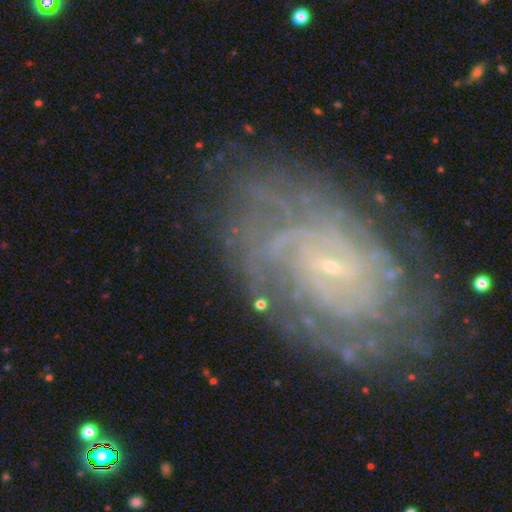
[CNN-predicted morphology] Q: Smooth or featured?
A: featured or disk (84%); runner-up: smooth (8%)
Q: Edge-on disk?
A: no (96%); runner-up: yes (4%)
Q: Bar?
A: weak (49%); runner-up: no (36%)
Q: Spiral arms?
A: yes (95%); runner-up: no (5%)
Q: Spiral winding?
A: tight (70%); runner-up: medium (24%)
Q: Spiral arm count?
A: can't tell (39%); runner-up: 4 (17%)
Q: Bulge size?
A: small (84%); runner-up: moderate (10%)
Q: Merging?
A: none (71%); runner-up: minor disturbance (18%)